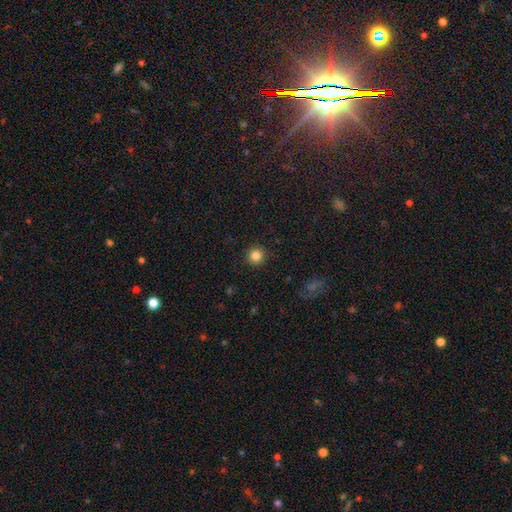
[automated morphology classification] Q: Smooth or featured?
A: smooth (84%); runner-up: star or artifact (11%)
Q: How rounded?
A: round (95%); runner-up: in between (4%)
Q: Merging?
A: none (92%); runner-up: minor disturbance (5%)